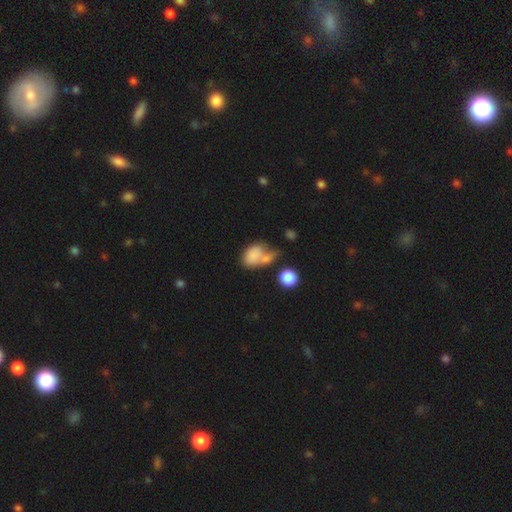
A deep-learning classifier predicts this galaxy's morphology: A smooth galaxy with no disk features (75%) that is in between round and cigar-shaped (79%). Merging: merger (45%).